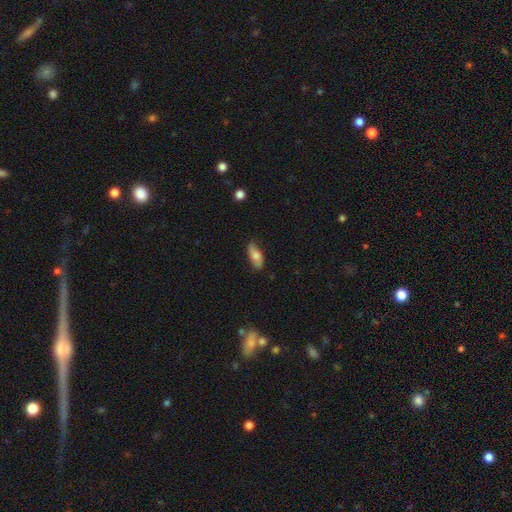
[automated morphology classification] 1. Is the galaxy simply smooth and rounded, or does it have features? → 66% smooth, 27% featured or disk, 7% star or artifact.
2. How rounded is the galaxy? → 78% in between, 19% cigar-shaped, 3% round.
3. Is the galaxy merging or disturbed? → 66% none, 26% minor disturbance, 5% major disturbance, 2% merger.